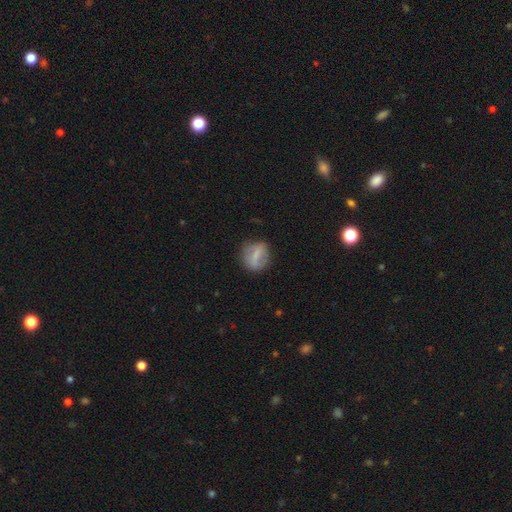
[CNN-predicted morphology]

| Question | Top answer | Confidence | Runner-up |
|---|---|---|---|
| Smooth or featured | smooth | 56% | featured or disk (35%) |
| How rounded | round | 64% | in between (33%) |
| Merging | none | 73% | minor disturbance (18%) |